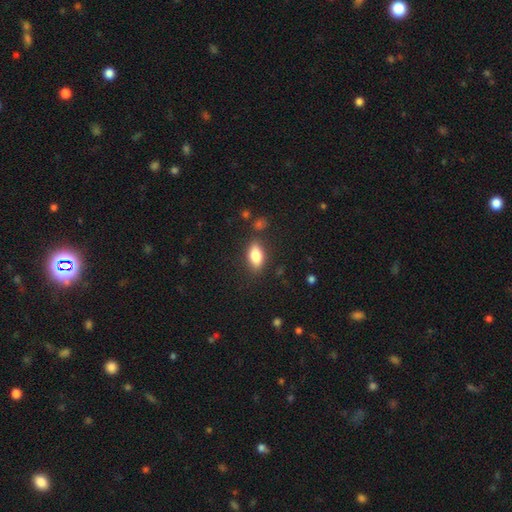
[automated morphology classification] This is likely a smooth galaxy (80%). How rounded: clearly in between (85%). Merging: clearly none (82%).